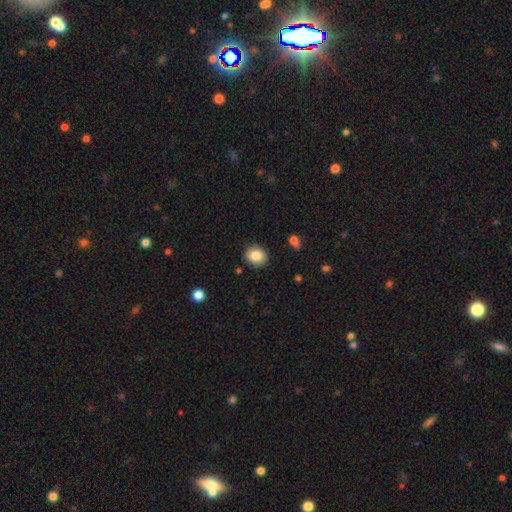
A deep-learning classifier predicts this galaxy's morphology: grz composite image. It shows a smooth galaxy with no disk features (86%) that is round (71%). Merging: none (88%).